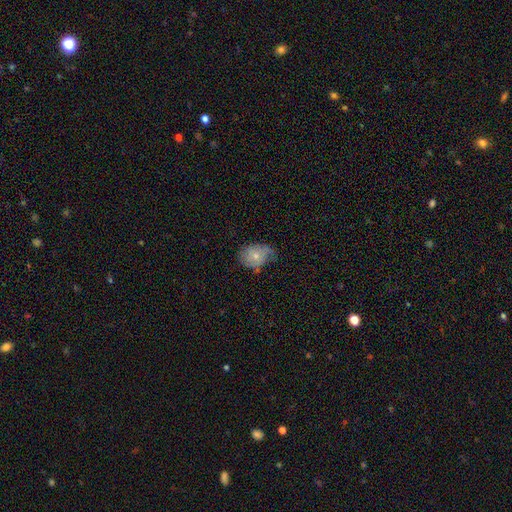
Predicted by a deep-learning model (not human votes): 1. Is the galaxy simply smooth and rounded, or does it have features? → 57% smooth, 35% featured or disk, 8% star or artifact.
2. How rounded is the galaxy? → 63% in between, 36% round, 1% cigar-shaped.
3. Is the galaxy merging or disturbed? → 46% none, 39% minor disturbance, 13% major disturbance, 2% merger.